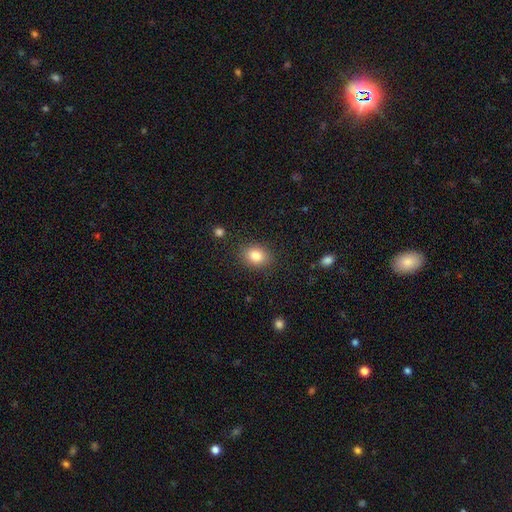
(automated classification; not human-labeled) smooth-or-featured: smooth: 82% | star or artifact: 10% | featured or disk: 8%
  how-rounded: in between: 52% | round: 47% | cigar-shaped: 1%
  merging: none: 86% | minor disturbance: 10% | major disturbance: 3% | merger: 2%